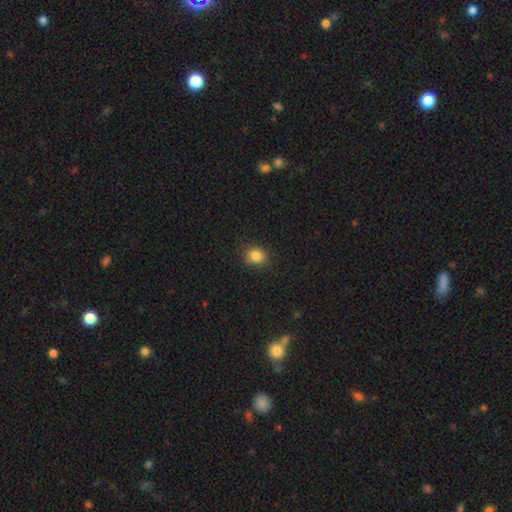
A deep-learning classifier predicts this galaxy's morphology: Q: Smooth or featured?
A: smooth (84%); runner-up: star or artifact (11%)
Q: How rounded?
A: round (64%); runner-up: in between (35%)
Q: Merging?
A: none (84%); runner-up: minor disturbance (12%)